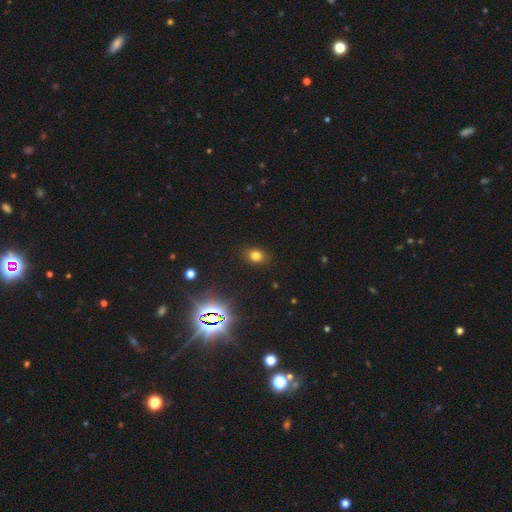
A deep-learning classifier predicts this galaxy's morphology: Smooth or featured? smooth (75%)
How rounded? in between (59%)
Merging? none (88%)